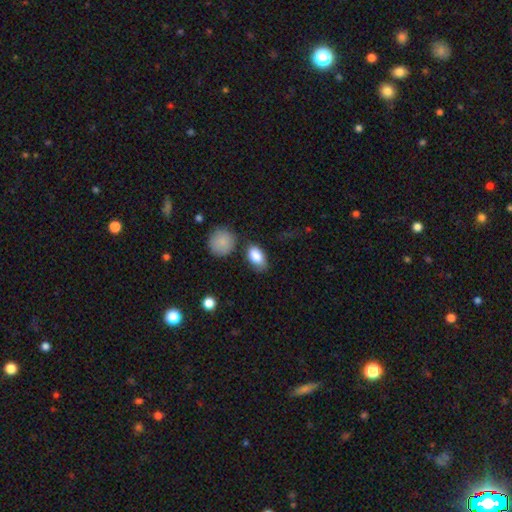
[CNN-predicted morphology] Q: Smooth or featured?
A: smooth (86%); runner-up: featured or disk (8%)
Q: How rounded?
A: in between (89%); runner-up: round (9%)
Q: Merging?
A: none (70%); runner-up: minor disturbance (18%)